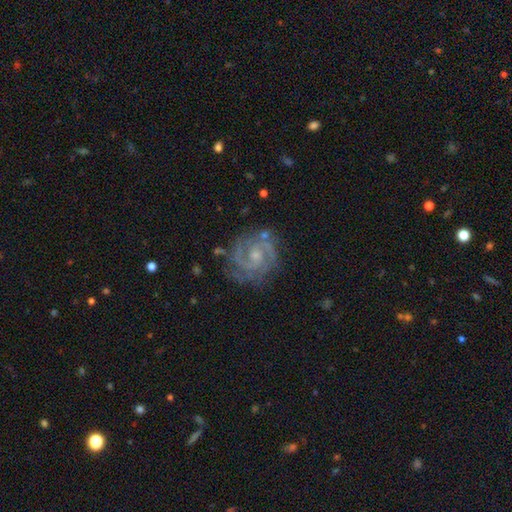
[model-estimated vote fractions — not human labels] smooth-or-featured: featured or disk: 90% | star or artifact: 6% | smooth: 4%
  disk-edge-on: no: 98% | yes: 2%
    bar: no: 54% | weak: 38% | strong: 8%
    has-spiral-arms: yes: 98% | no: 2%
      spiral-winding: tight: 59% | medium: 37% | loose: 5%
      spiral-arm-count: 2: 70% | 3: 16% | can't tell: 6% | 4: 3% | 1: 3% | more than 4: 3%
    bulge-size: small: 62% | moderate: 31% | none: 5% | large: 1% | dominant: 1%
  merging: none: 77% | minor disturbance: 16% | major disturbance: 6% | merger: 2%